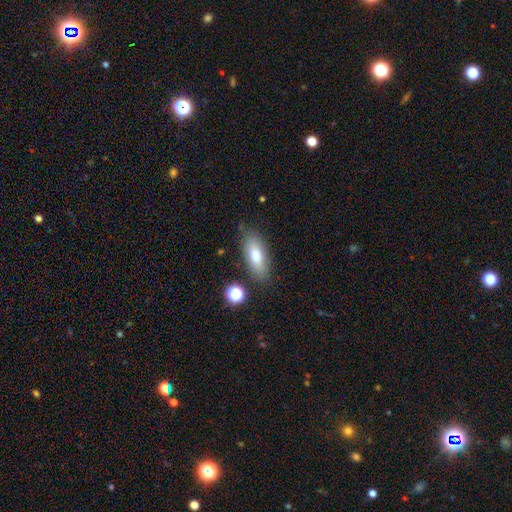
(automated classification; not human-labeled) Q: Smooth or featured?
A: smooth (77%); runner-up: featured or disk (15%)
Q: How rounded?
A: in between (76%); runner-up: cigar-shaped (21%)
Q: Merging?
A: none (76%); runner-up: minor disturbance (15%)